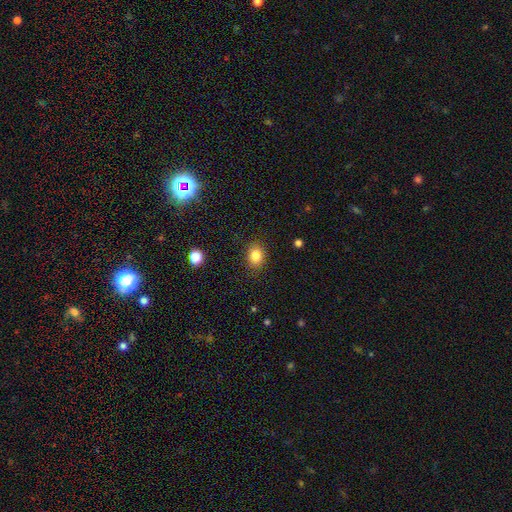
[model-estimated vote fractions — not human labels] A smooth galaxy with no disk features (83%) that is in between round and cigar-shaped (51%).

Vote fractions:
- Smooth or featured? smooth: 83% / star or artifact: 11% / featured or disk: 6%
- How rounded? in between: 51% / round: 48% / cigar-shaped: 1%
- Merging? none: 87% / minor disturbance: 9% / major disturbance: 3% / merger: 1%